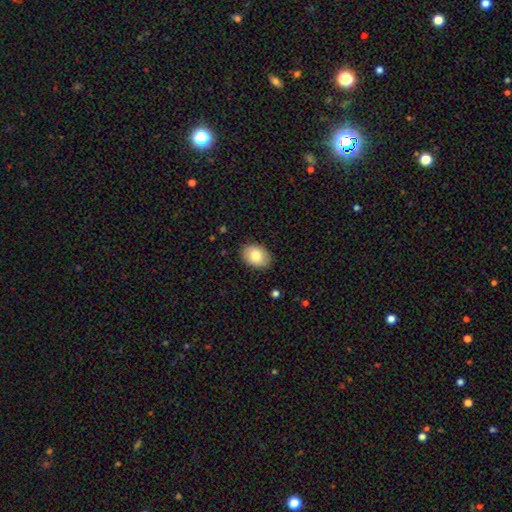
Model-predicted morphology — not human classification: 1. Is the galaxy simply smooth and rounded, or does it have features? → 81% smooth, 12% featured or disk, 7% star or artifact.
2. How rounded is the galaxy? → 76% in between, 23% round, 1% cigar-shaped.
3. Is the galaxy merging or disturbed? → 87% none, 9% minor disturbance, 2% major disturbance, 1% merger.